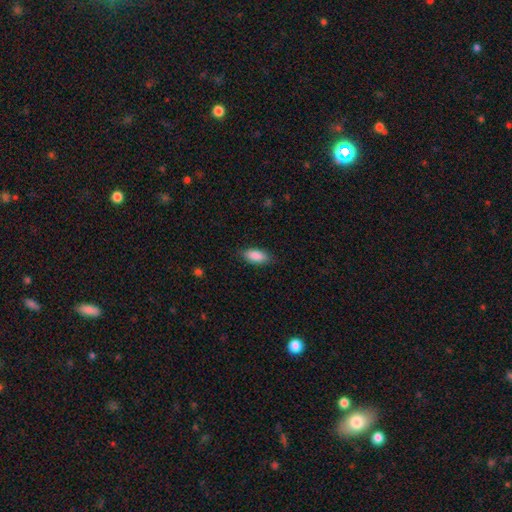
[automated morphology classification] Q: Smooth or featured?
A: smooth (88%); runner-up: star or artifact (6%)
Q: How rounded?
A: in between (84%); runner-up: cigar-shaped (13%)
Q: Merging?
A: none (83%); runner-up: minor disturbance (13%)